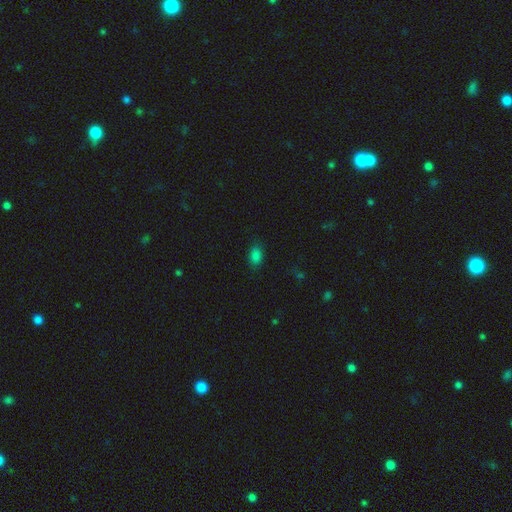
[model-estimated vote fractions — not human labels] The model was most divided on "smooth or featured": smooth: 83%, star or artifact: 13%, featured or disk: 4%. More confident: how rounded — in between (88%); merging — none (83%).